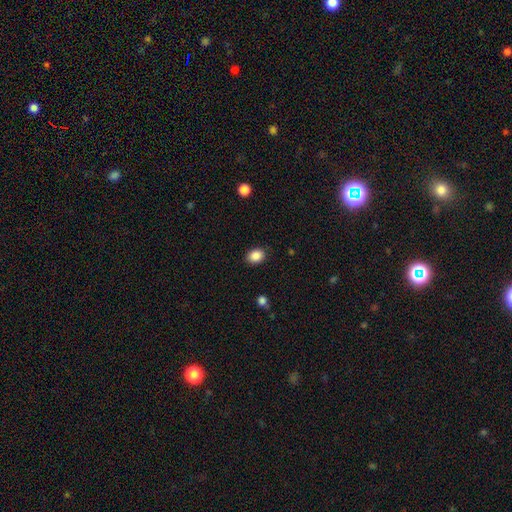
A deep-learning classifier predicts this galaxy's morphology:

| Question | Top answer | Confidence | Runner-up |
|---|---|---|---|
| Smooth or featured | smooth | 88% | star or artifact (9%) |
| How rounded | in between | 63% | round (36%) |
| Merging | none | 87% | minor disturbance (9%) |